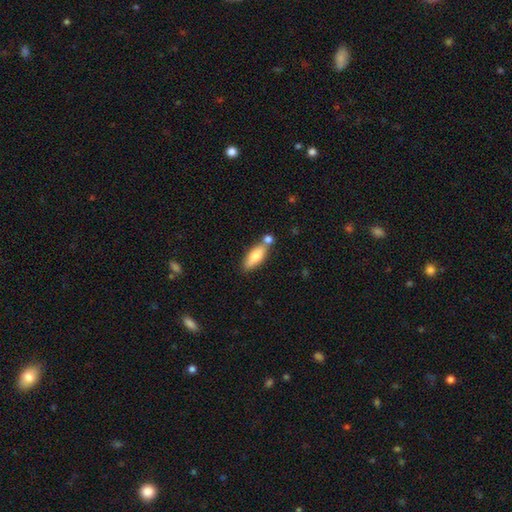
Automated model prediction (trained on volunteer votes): Smooth or featured? smooth (70%)
How rounded? in between (65%)
Merging? none (60%)